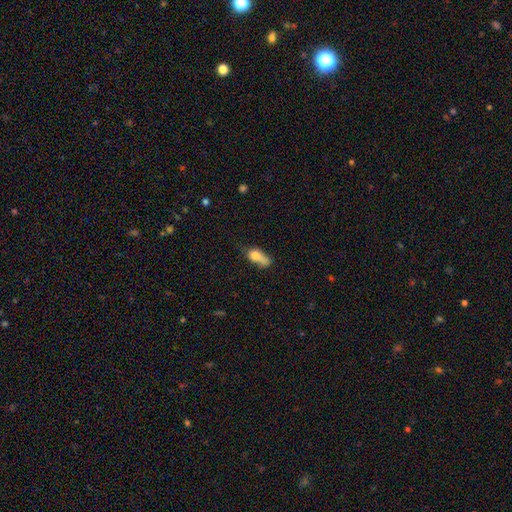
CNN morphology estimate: This is likely a smooth galaxy (71%). How rounded: likely in between (66%). Merging: marginally minor disturbance (29%).